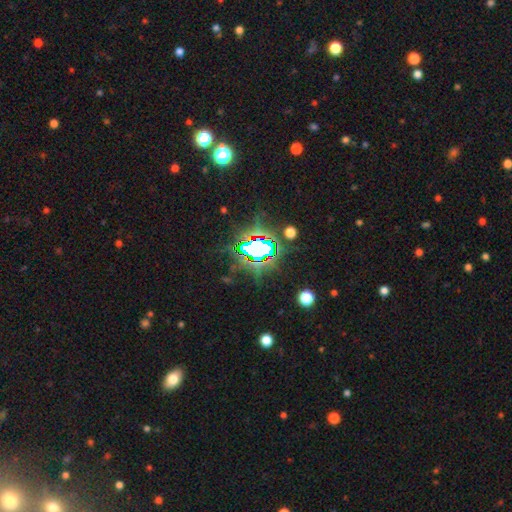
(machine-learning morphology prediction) smooth_or_featured: star or artifact (p=0.74) [alt: smooth p=0.14]